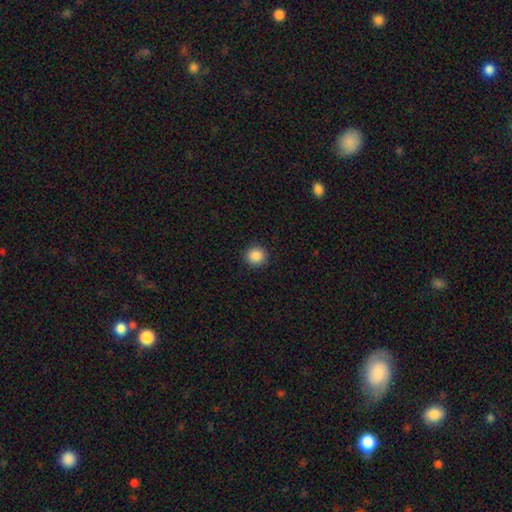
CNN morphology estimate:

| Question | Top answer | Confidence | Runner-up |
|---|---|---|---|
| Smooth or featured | smooth | 88% | star or artifact (9%) |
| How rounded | round | 93% | in between (6%) |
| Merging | none | 92% | minor disturbance (6%) |